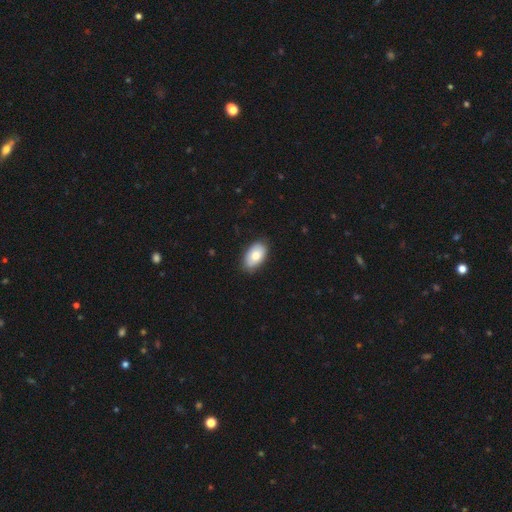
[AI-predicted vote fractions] A smooth galaxy with no disk features (77%) that is in between round and cigar-shaped (93%).

Vote fractions:
- Smooth or featured? smooth: 77% / featured or disk: 17% / star or artifact: 6%
- How rounded? in between: 93% / round: 6% / cigar-shaped: 1%
- Merging? none: 81% / minor disturbance: 15% / major disturbance: 2% / merger: 1%